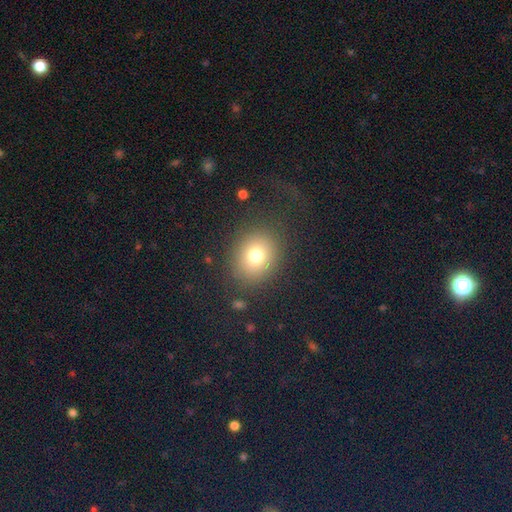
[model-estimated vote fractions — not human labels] A smooth galaxy with no disk features (74%) that is round (66%).

Vote fractions:
- Smooth or featured? smooth: 74% / star or artifact: 14% / featured or disk: 12%
- How rounded? round: 66% / in between: 33% / cigar-shaped: 1%
- Merging? none: 83% / minor disturbance: 9% / major disturbance: 6% / merger: 2%